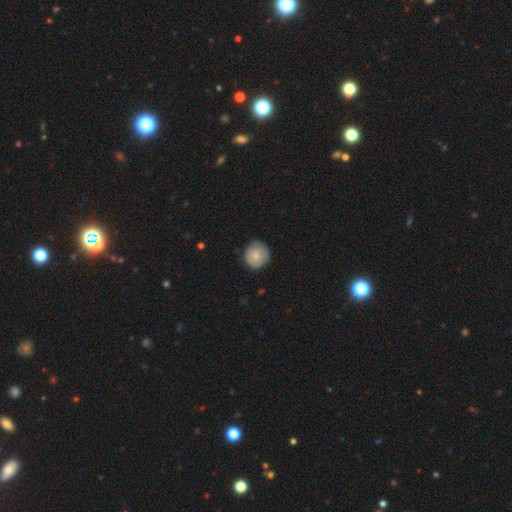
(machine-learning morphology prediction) smooth 77%, featured or disk 16%, star or artifact 6%. Down the decision tree: how rounded — round (93%); merging — none (83%).